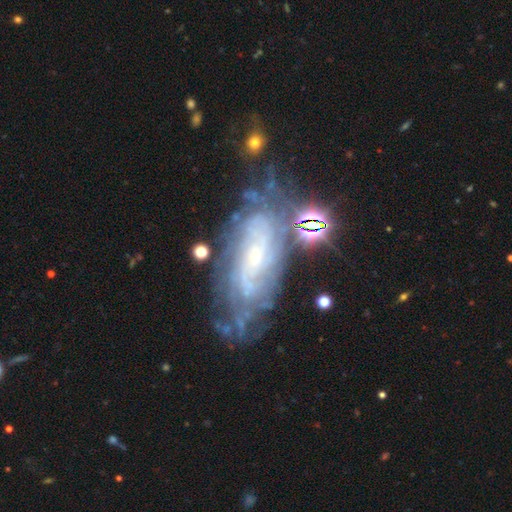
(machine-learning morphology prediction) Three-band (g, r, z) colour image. It shows a featured or disk galaxy (81%) with no bar (61%), tight (65%) spiral arms (91%) and a small central bulge (76%). Merging: none (63%).